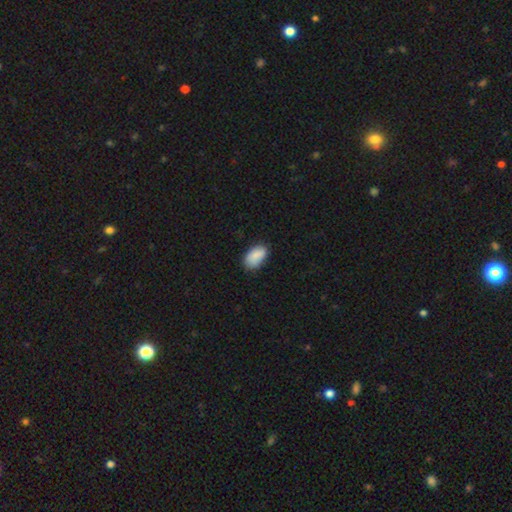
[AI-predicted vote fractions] Q: Smooth or featured?
A: smooth (87%); runner-up: star or artifact (7%)
Q: How rounded?
A: in between (93%); runner-up: round (5%)
Q: Merging?
A: none (74%); runner-up: minor disturbance (21%)